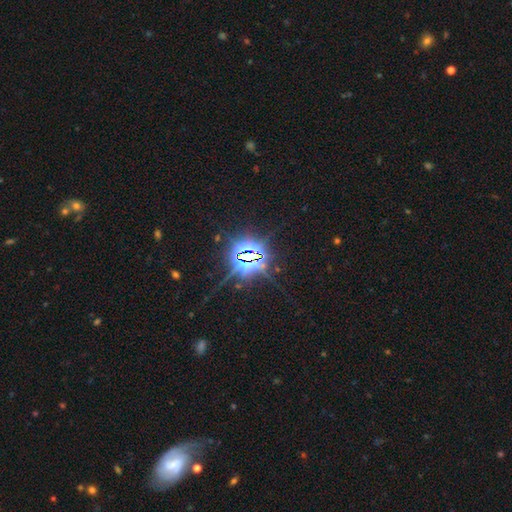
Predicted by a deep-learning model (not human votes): The model was most divided on "smooth or featured": star or artifact: 86%, featured or disk: 7%, smooth: 7%.